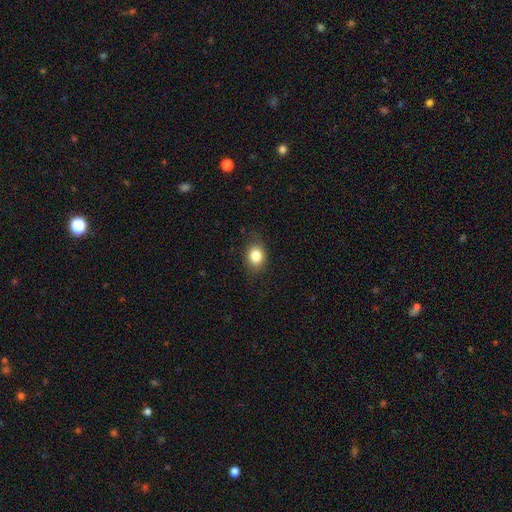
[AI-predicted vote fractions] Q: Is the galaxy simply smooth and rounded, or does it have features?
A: smooth — 83%.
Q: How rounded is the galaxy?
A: in between — 53%.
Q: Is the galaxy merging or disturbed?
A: none — 83%.